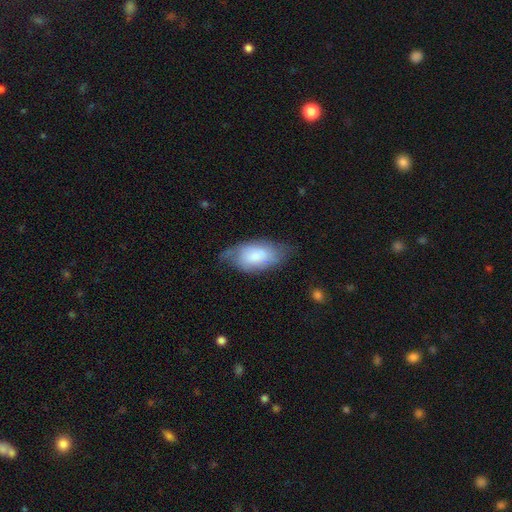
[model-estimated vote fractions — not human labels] smooth-or-featured: smooth: 66% | featured or disk: 27% | star or artifact: 7%
  how-rounded: in between: 93% | round: 4% | cigar-shaped: 3%
  merging: none: 51% | minor disturbance: 34% | major disturbance: 12% | merger: 2%